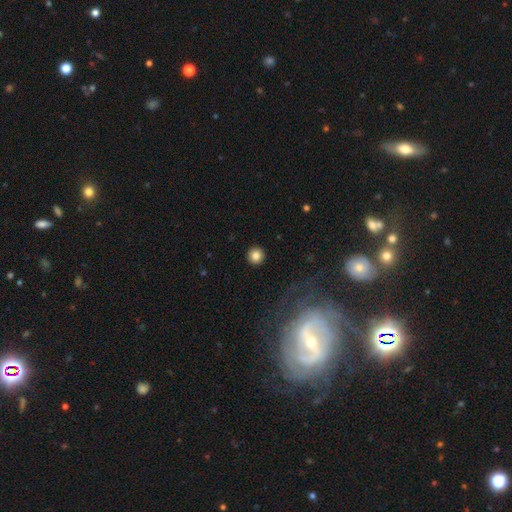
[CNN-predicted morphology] Q: Smooth or featured?
A: smooth (83%); runner-up: star or artifact (11%)
Q: How rounded?
A: round (96%); runner-up: in between (3%)
Q: Merging?
A: none (93%); runner-up: minor disturbance (4%)